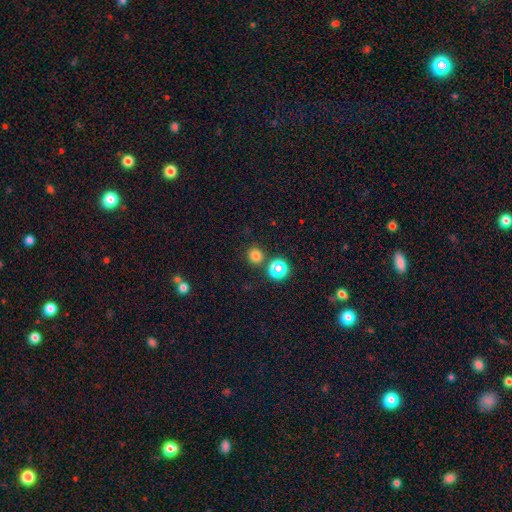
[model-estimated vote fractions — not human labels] Smooth or featured? Predicted: smooth (p=0.74). How rounded? Predicted: round (p=0.90). Merging? Predicted: none (p=0.83).